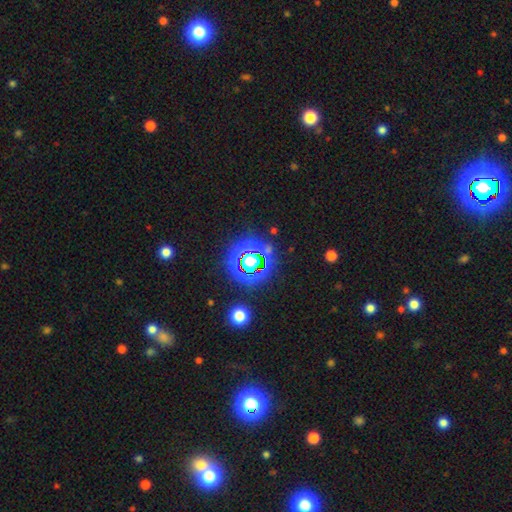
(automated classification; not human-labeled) Morphology: type=star or artifact (78%).